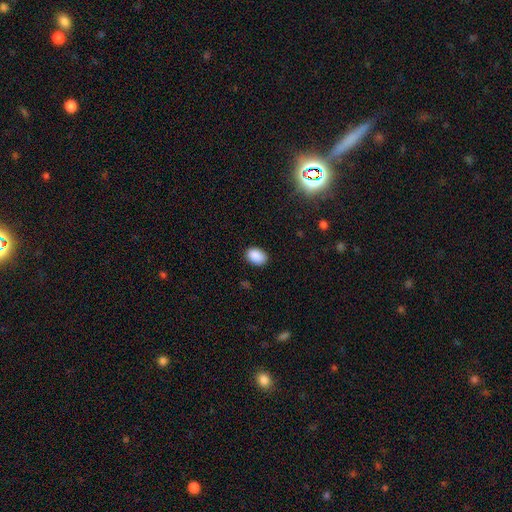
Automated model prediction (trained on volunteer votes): Overall: smooth (89%). How rounded: in between (81%). Merging: none (87%).